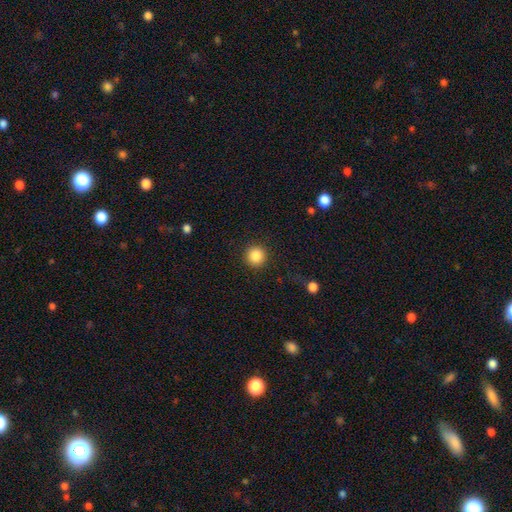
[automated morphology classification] Smooth or featured?
  - smooth: 87% *
  - star or artifact: 9%
  - featured or disk: 4%
How rounded?
  - round: 94% *
  - in between: 5%
  - cigar-shaped: 1%
Merging?
  - none: 91% *
  - minor disturbance: 5%
  - major disturbance: 2%
  - merger: 1%